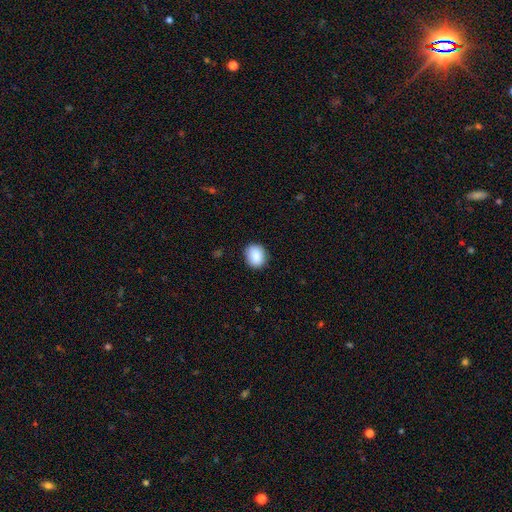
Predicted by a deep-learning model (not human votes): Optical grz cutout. It shows a smooth galaxy with no disk features (89%) that is round (55%). Merging: none (86%).